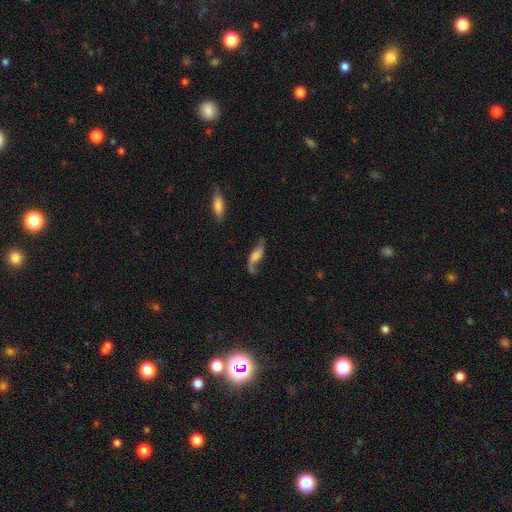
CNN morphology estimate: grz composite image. It shows a featured or disk galaxy (68%) with no bar (57%), 2 (80%) loose (82%) spiral arms (91%) and no central bulge (31%). Merging: none (56%).